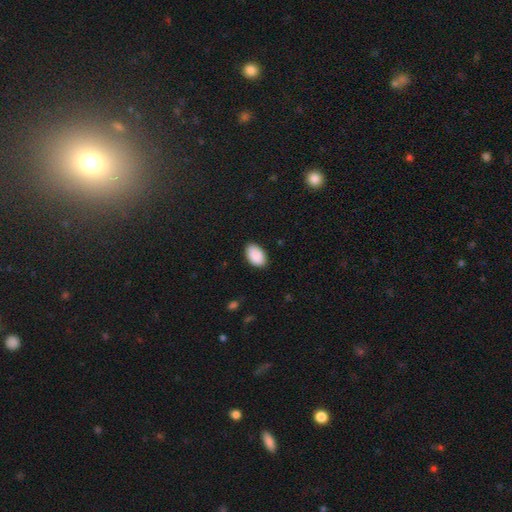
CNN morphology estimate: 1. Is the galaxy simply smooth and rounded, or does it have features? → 91% smooth, 6% star or artifact, 3% featured or disk.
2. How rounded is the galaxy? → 93% in between, 6% round, 1% cigar-shaped.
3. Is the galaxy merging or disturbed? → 86% none, 11% minor disturbance, 2% major disturbance, 1% merger.